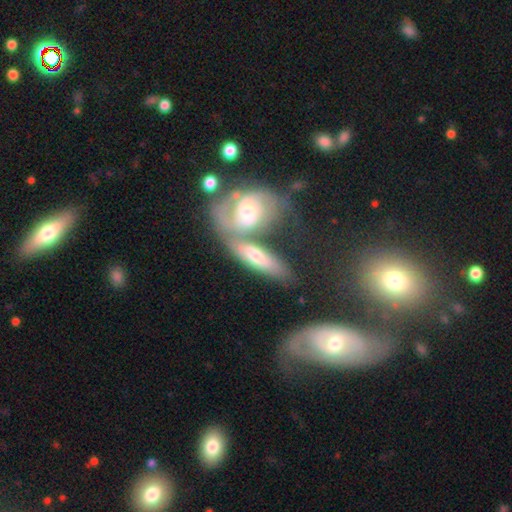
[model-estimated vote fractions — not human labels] A featured or disk galaxy (49%).

Vote fractions:
- Smooth or featured? featured or disk: 49% / smooth: 45% / star or artifact: 6%
- Merging? merger: 50% / none: 31% / minor disturbance: 12% / major disturbance: 7%